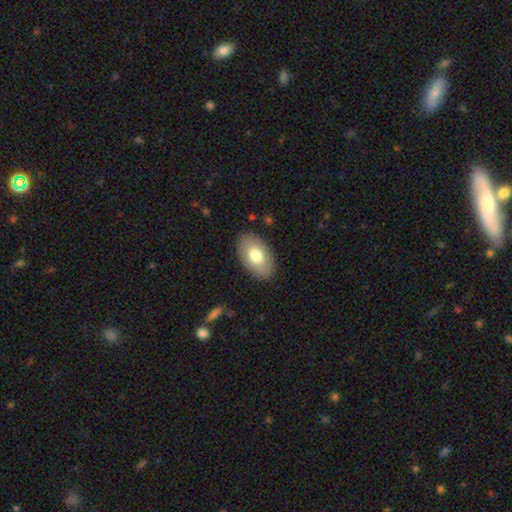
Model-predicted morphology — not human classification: This appears to be a smooth galaxy with no disk features (74%) that is in between round and cigar-shaped (93%). Merging: none (86%).